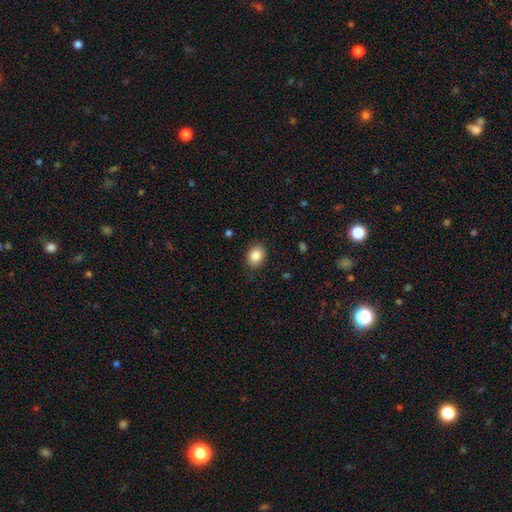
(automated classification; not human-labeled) This is clearly a smooth galaxy (86%). How rounded: possibly in between (54%). Merging: clearly none (85%).